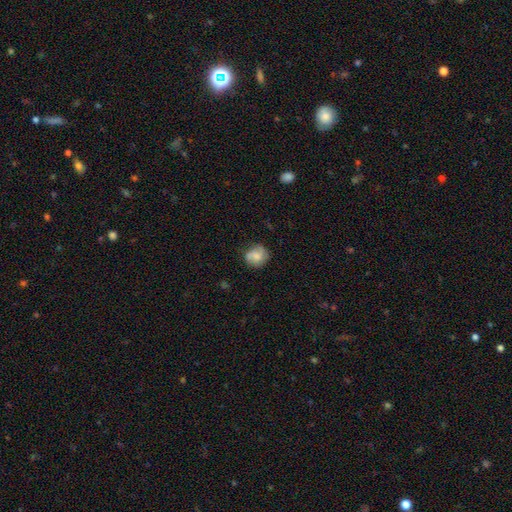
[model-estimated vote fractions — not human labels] Smooth or featured?
  - smooth: 67% *
  - featured or disk: 24%
  - star or artifact: 8%
How rounded?
  - round: 76% *
  - in between: 23%
  - cigar-shaped: 1%
Merging?
  - none: 66% *
  - minor disturbance: 24%
  - major disturbance: 7%
  - merger: 2%